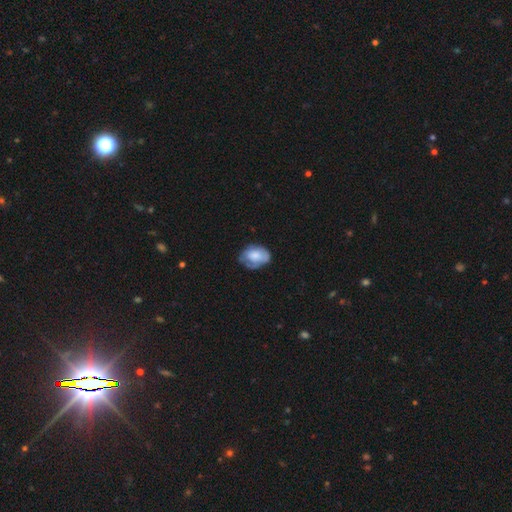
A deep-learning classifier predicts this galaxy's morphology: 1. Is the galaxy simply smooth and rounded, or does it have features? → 62% smooth, 31% featured or disk, 7% star or artifact.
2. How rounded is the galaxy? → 77% in between, 22% round, 1% cigar-shaped.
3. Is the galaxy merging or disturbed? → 51% none, 34% minor disturbance, 14% major disturbance, 2% merger.